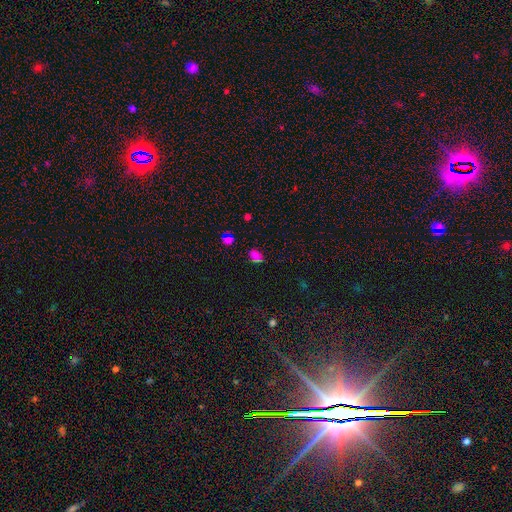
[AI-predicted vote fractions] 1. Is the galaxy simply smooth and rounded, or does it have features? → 52% smooth, 39% star or artifact, 9% featured or disk.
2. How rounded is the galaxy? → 60% in between, 37% round, 3% cigar-shaped.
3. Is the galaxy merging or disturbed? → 72% none, 15% minor disturbance, 7% merger, 6% major disturbance.